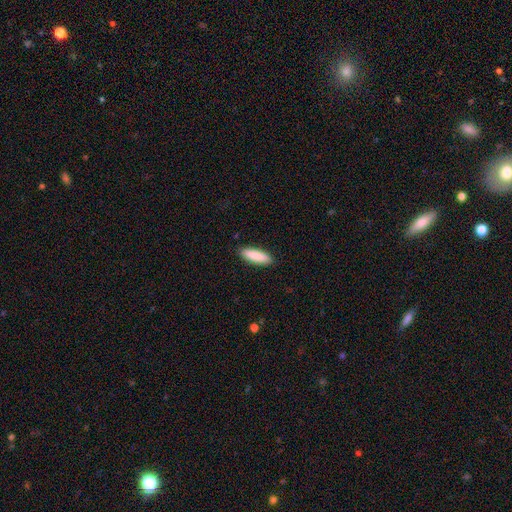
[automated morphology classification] smooth 89%, featured or disk 6%, star or artifact 5%. Down the decision tree: how rounded — cigar-shaped (55%); merging — none (90%).